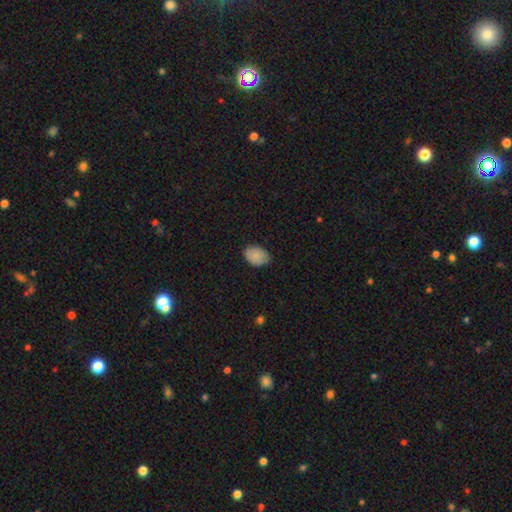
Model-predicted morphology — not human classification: A smooth galaxy with no disk features (87%) that is in between round and cigar-shaped (78%). Merging: none (80%).